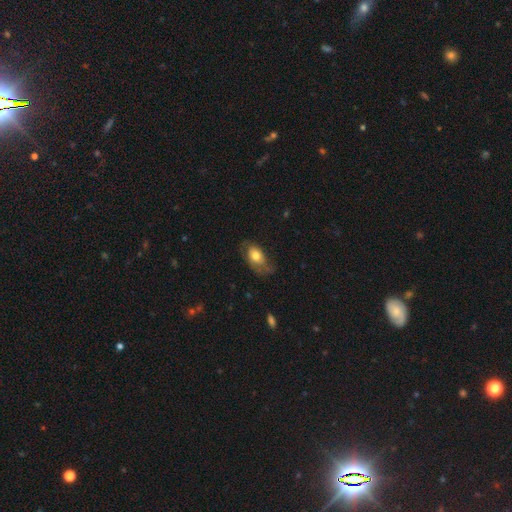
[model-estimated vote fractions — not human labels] Smooth or featured: smooth — 60% (featured or disk — 32%)
How rounded: in between — 86% (round — 11%)
Merging: none — 49% (minor disturbance — 30%)